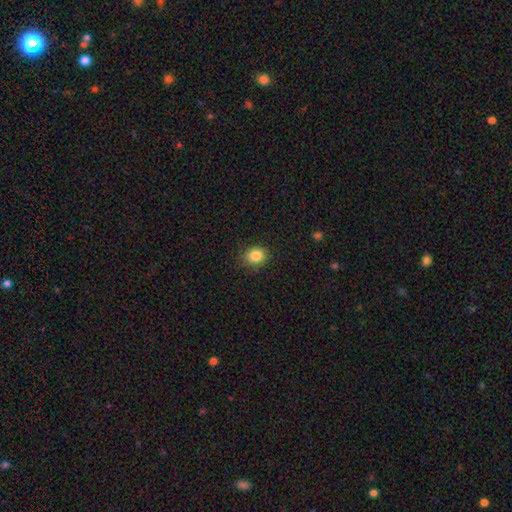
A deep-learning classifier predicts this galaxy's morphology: smooth 85%, star or artifact 10%, featured or disk 5%. Down the decision tree: how rounded — round (67%); merging — none (85%).